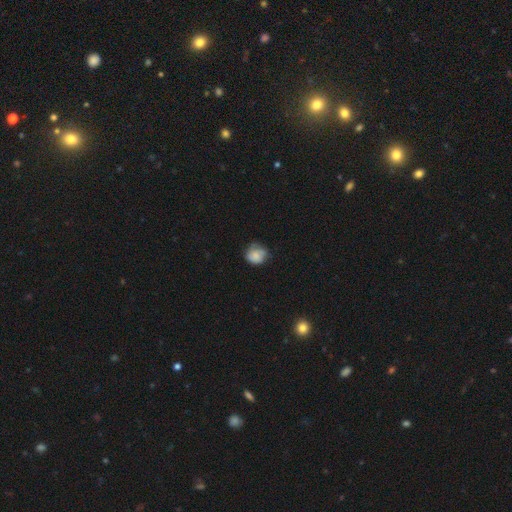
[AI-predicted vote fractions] Smooth or featured? smooth (74%)
How rounded? round (76%)
Merging? none (54%)